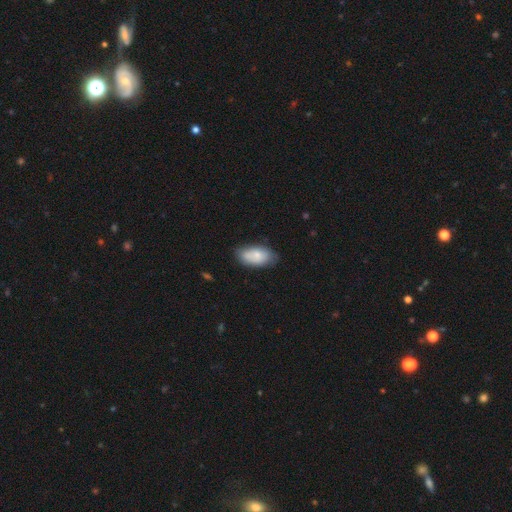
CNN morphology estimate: Smooth or featured?
  - smooth: 76% *
  - featured or disk: 17%
  - star or artifact: 7%
How rounded?
  - in between: 93% *
  - round: 4%
  - cigar-shaped: 3%
Merging?
  - none: 66% *
  - minor disturbance: 24%
  - merger: 5%
  - major disturbance: 5%